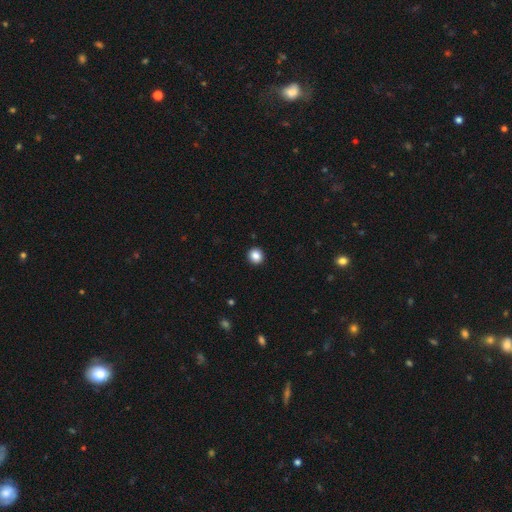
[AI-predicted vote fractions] This appears to be a smooth galaxy with no disk features (86%) that is round (92%). Merging: none (93%).